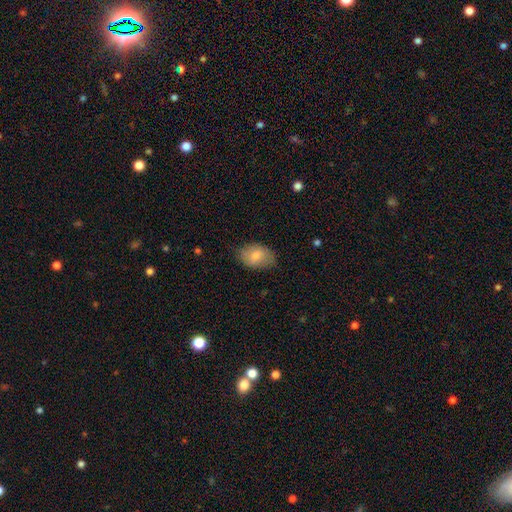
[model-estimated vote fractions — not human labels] This appears to be a smooth galaxy with no disk features (77%) that is in between round and cigar-shaped (86%). Merging: none (76%).